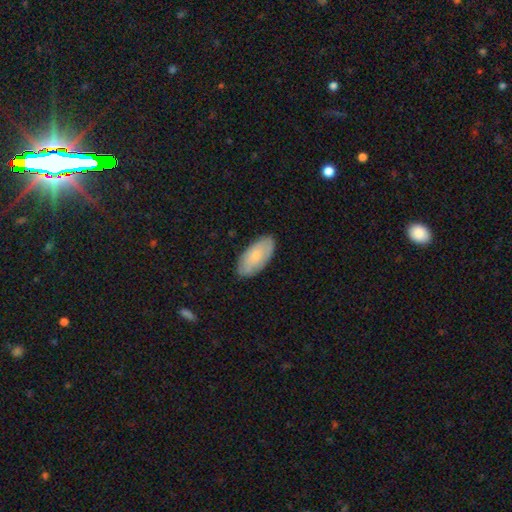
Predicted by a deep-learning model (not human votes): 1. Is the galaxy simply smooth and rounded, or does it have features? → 73% smooth, 21% featured or disk, 6% star or artifact.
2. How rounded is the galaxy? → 93% in between, 5% cigar-shaped, 2% round.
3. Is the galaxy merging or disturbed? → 84% none, 12% minor disturbance, 2% major disturbance, 1% merger.